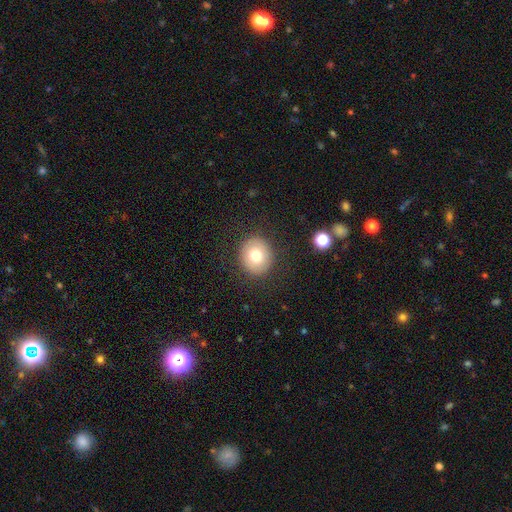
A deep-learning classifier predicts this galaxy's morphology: Smooth or featured? Predicted: smooth (p=0.74). How rounded? Predicted: round (p=0.82). Merging? Predicted: none (p=0.88).